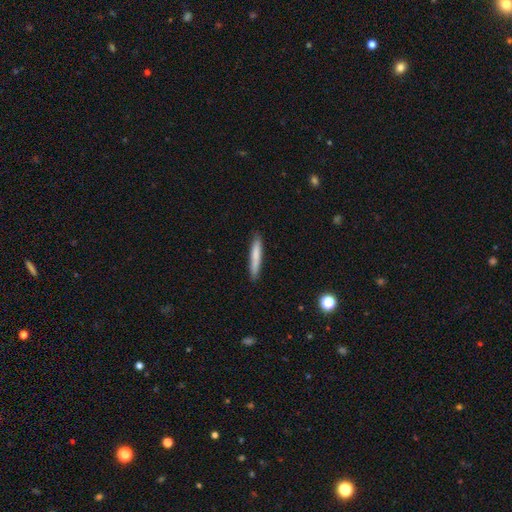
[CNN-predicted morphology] Smooth or featured: smooth — 79% (featured or disk — 15%)
How rounded: cigar-shaped — 93% (in between — 6%)
Merging: none — 87% (minor disturbance — 10%)